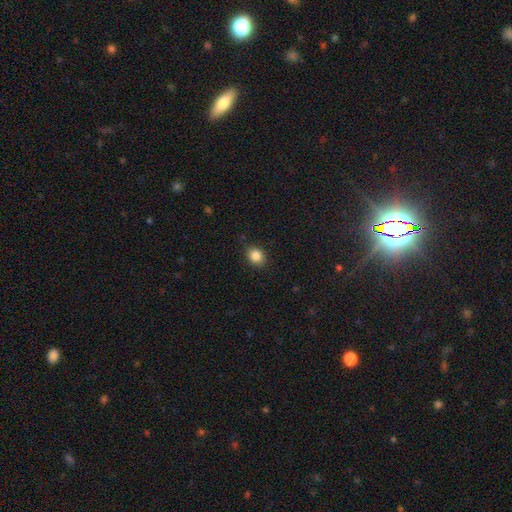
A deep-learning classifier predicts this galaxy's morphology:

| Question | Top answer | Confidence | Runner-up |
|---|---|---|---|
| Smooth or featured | smooth | 86% | star or artifact (10%) |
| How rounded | round | 61% | in between (38%) |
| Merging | none | 86% | minor disturbance (11%) |